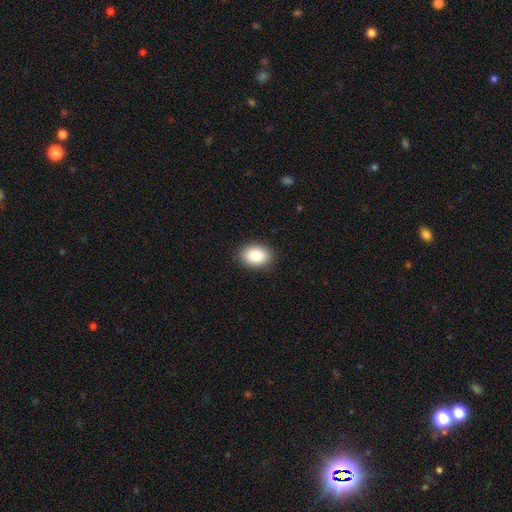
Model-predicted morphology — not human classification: Smooth or featured? Predicted: smooth (p=0.87). How rounded? Predicted: in between (p=0.77). Merging? Predicted: none (p=0.89).